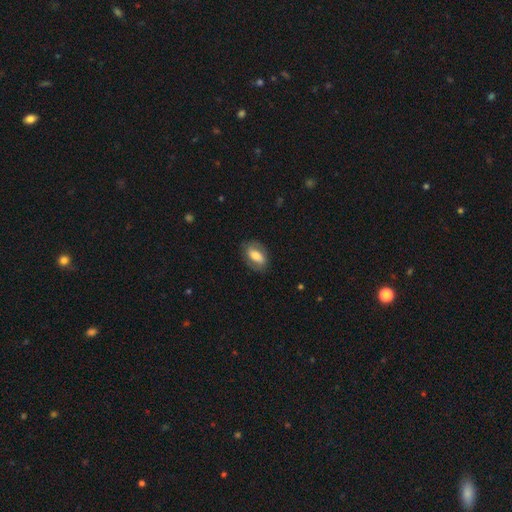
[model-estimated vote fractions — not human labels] Smooth or featured? Predicted: smooth (p=0.60). How rounded? Predicted: in between (p=0.88). Merging? Predicted: none (p=0.79).